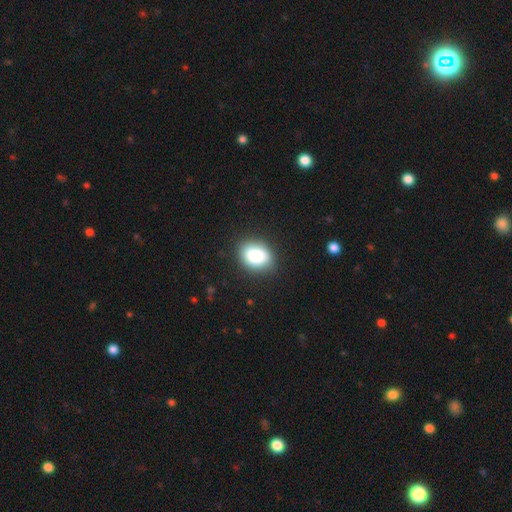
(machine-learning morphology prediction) Overall: smooth (87%). How rounded: in between (68%; round 31%). Merging: none (84%).